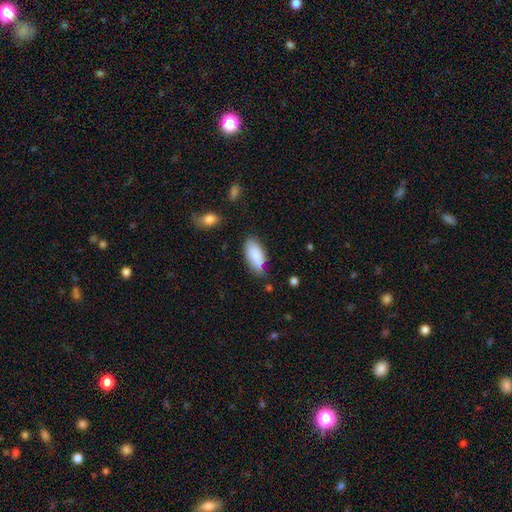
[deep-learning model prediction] smooth-or-featured: smooth: 85% | featured or disk: 8% | star or artifact: 7%
  how-rounded: in between: 89% | cigar-shaped: 9% | round: 2%
  merging: none: 64% | minor disturbance: 27% | major disturbance: 6% | merger: 4%